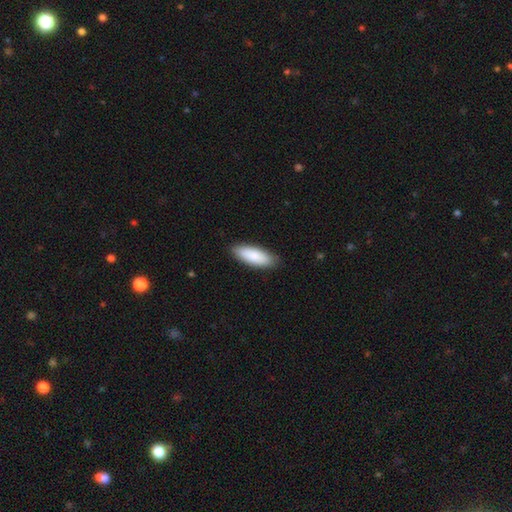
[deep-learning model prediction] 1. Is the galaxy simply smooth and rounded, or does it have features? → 86% smooth, 9% featured or disk, 5% star or artifact.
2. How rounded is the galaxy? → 68% in between, 31% cigar-shaped, 2% round.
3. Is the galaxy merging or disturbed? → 86% none, 11% minor disturbance, 2% major disturbance, 1% merger.